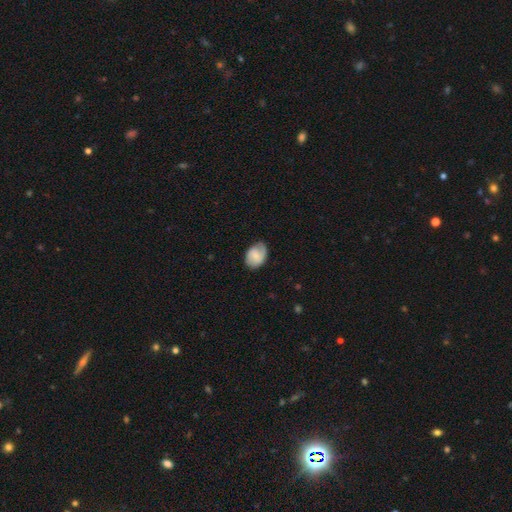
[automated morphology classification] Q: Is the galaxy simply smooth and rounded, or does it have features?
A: smooth — 61%.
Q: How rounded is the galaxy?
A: in between — 72%.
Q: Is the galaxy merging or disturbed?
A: none — 66%.